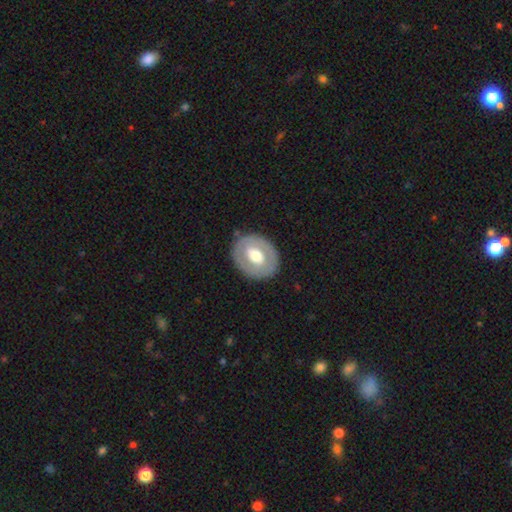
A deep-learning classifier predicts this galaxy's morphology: Smooth or featured: featured or disk — 53% (smooth — 42%)
Edge-on disk: no — 94% (yes — 6%)
Bar: no — 56% (weak — 29%)
Spiral arms: no — 82% (yes — 18%)
Bulge size: moderate — 60% (large — 30%)
Merging: none — 83% (minor disturbance — 11%)